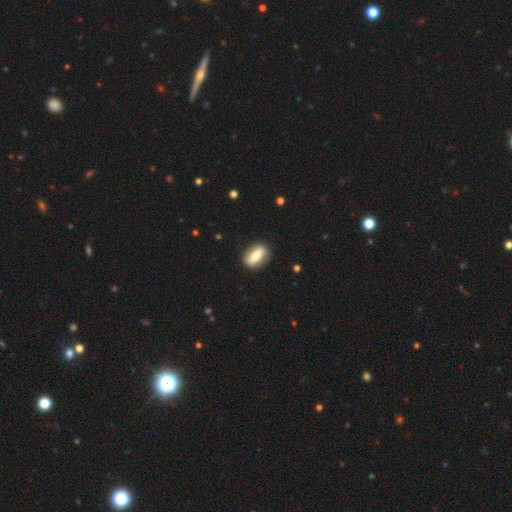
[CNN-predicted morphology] A smooth galaxy with no disk features (55%) that is in between round and cigar-shaped (73%).

Vote fractions:
- Smooth or featured? smooth: 55% / featured or disk: 39% / star or artifact: 6%
- How rounded? in between: 73% / cigar-shaped: 16% / round: 11%
- Merging? none: 87% / minor disturbance: 9% / major disturbance: 3% / merger: 1%